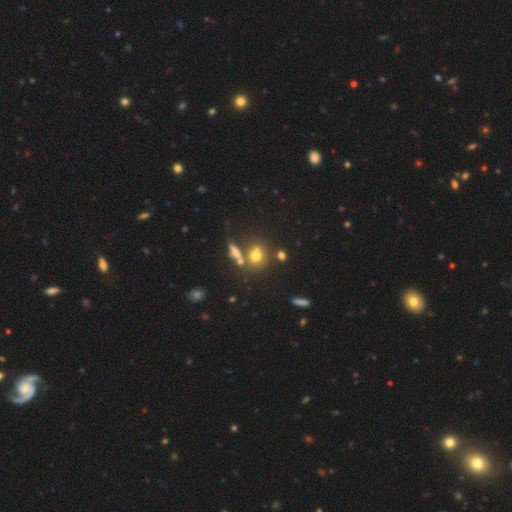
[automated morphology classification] A smooth galaxy with no disk features (64%) that is round (65%).

Vote fractions:
- Smooth or featured? smooth: 64% / featured or disk: 18% / star or artifact: 18%
- How rounded? round: 65% / in between: 31% / cigar-shaped: 4%
- Merging? none: 56% / merger: 28% / minor disturbance: 11% / major disturbance: 5%